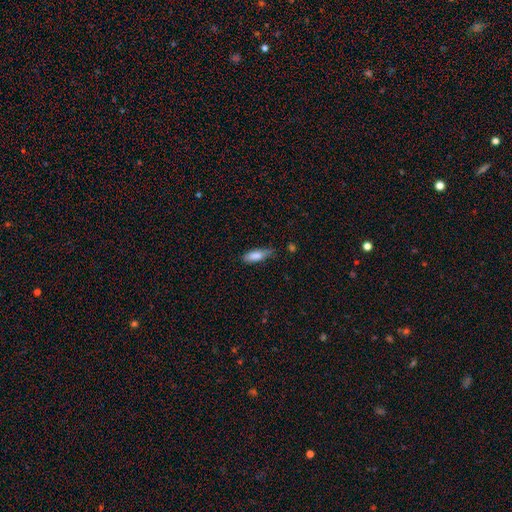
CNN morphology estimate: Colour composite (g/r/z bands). It shows a smooth galaxy with no disk features (82%) that is in between round and cigar-shaped (58%). Merging: none (63%).